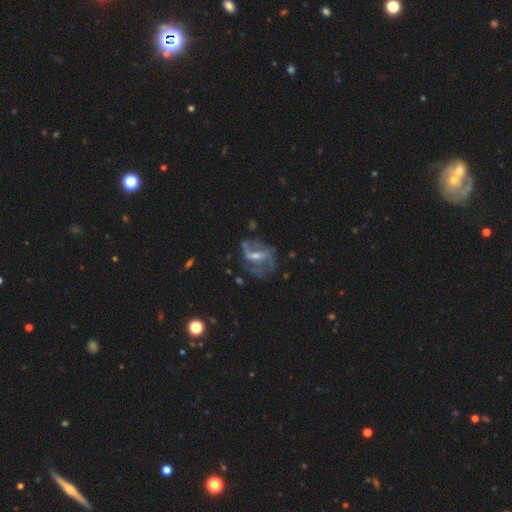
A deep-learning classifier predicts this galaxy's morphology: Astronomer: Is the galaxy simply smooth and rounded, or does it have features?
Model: featured or disk — 79%.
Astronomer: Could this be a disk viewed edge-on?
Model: no — 96%.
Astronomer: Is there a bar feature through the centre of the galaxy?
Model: weak — 46% (runner-up: strong, 30%).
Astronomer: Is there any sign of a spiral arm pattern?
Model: yes — 82%.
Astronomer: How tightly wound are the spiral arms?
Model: loose — 51% (runner-up: medium, 37%).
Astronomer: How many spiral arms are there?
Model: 2 — 53%.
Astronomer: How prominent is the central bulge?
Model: small — 49% (runner-up: moderate, 40%).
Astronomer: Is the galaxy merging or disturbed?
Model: none — 52%.